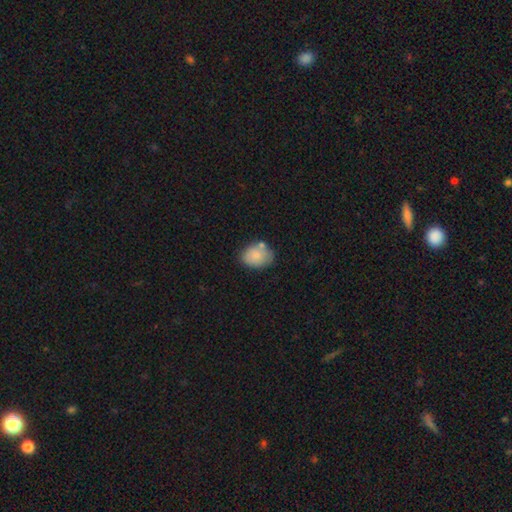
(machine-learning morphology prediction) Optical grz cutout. It shows a smooth galaxy with no disk features (81%) that is in between round and cigar-shaped (66%). Merging: none (64%).